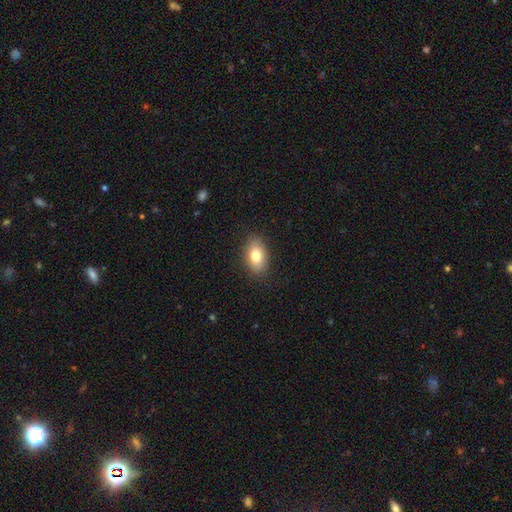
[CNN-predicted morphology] A smooth galaxy with no disk features (78%) that is in between round and cigar-shaped (88%). Merging: none (87%).